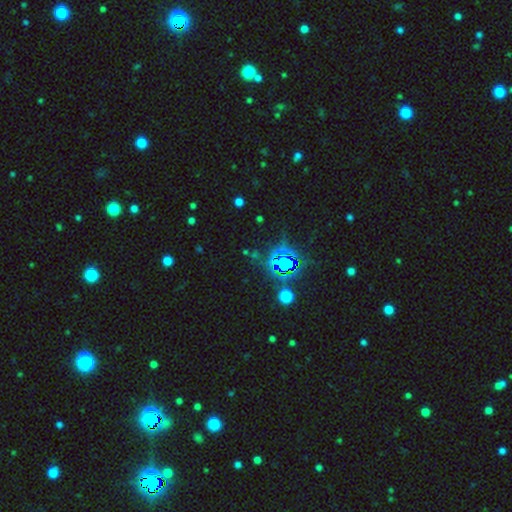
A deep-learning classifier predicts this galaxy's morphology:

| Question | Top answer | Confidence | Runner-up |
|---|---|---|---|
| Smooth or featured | star or artifact | 76% | smooth (16%) |